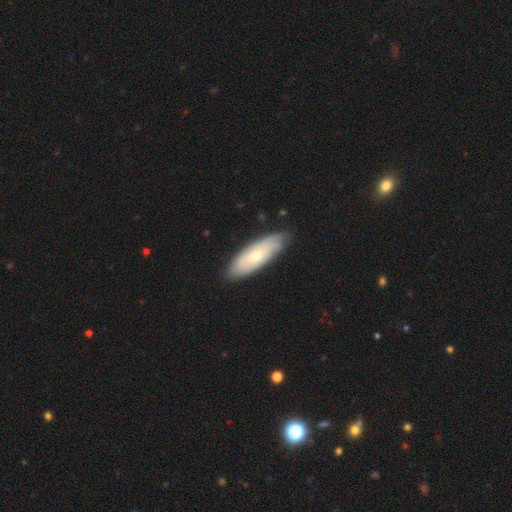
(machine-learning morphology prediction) smooth_or_featured: smooth (p=0.50) [alt: featured or disk p=0.44]
how_rounded: in between (p=0.62) [alt: cigar-shaped p=0.36]
merging: none (p=0.80) [alt: minor disturbance p=0.16]